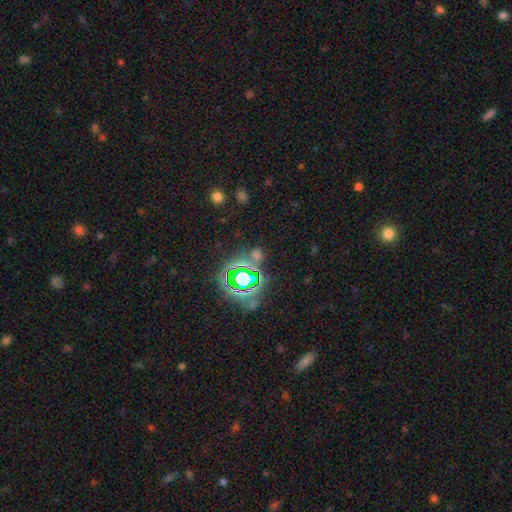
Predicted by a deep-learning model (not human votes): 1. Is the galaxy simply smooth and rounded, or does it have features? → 62% star or artifact, 29% smooth, 9% featured or disk.